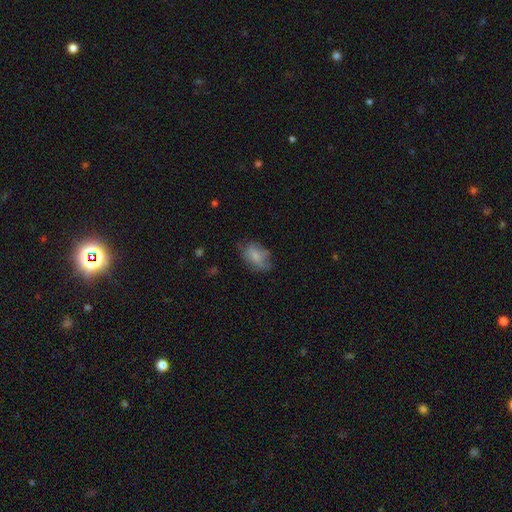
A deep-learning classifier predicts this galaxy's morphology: A smooth galaxy with no disk features (72%) that is in between round and cigar-shaped (86%).

Vote fractions:
- Smooth or featured? smooth: 72% / featured or disk: 20% / star or artifact: 9%
- How rounded? in between: 86% / round: 12% / cigar-shaped: 2%
- Merging? none: 54% / minor disturbance: 30% / major disturbance: 14% / merger: 2%